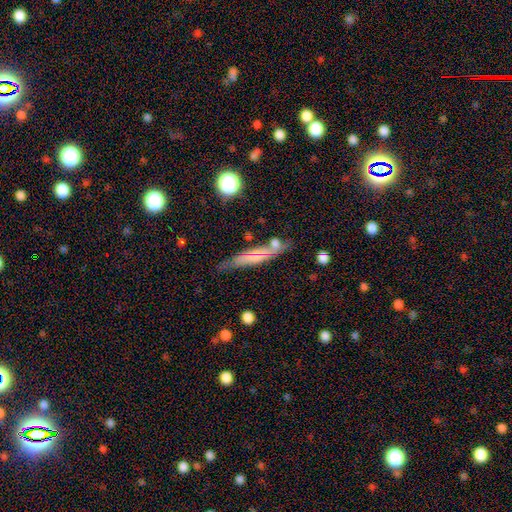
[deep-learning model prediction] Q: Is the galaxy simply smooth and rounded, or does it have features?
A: featured or disk — 46%.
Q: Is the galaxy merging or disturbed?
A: none — 61%.